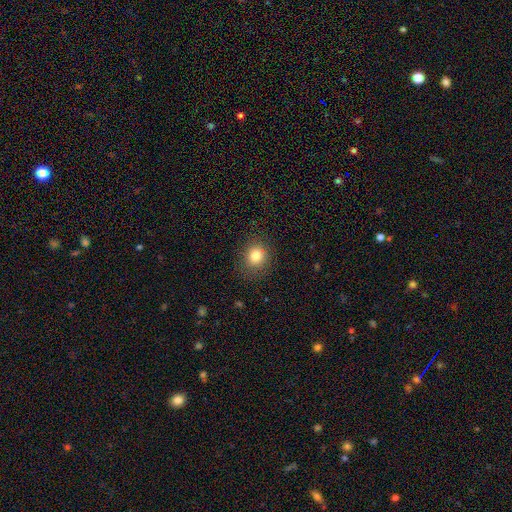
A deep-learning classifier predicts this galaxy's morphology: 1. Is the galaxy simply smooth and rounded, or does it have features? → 80% smooth, 12% star or artifact, 7% featured or disk.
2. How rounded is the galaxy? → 78% round, 21% in between, 1% cigar-shaped.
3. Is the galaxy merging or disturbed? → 85% none, 10% minor disturbance, 4% major disturbance, 1% merger.